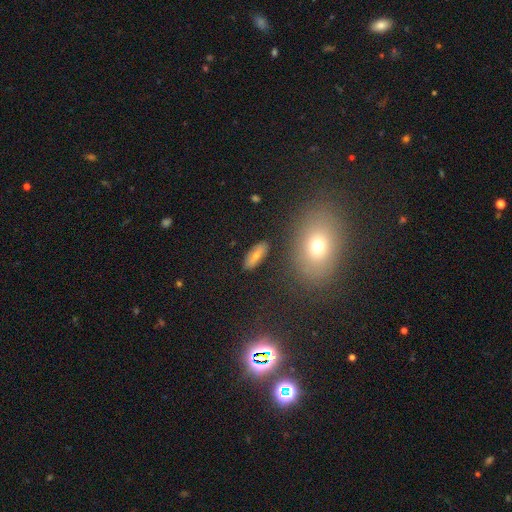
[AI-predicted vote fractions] smooth-or-featured: smooth: 67% | featured or disk: 23% | star or artifact: 10%
  how-rounded: in between: 69% | cigar-shaped: 25% | round: 5%
  merging: none: 85% | minor disturbance: 10% | major disturbance: 3% | merger: 3%